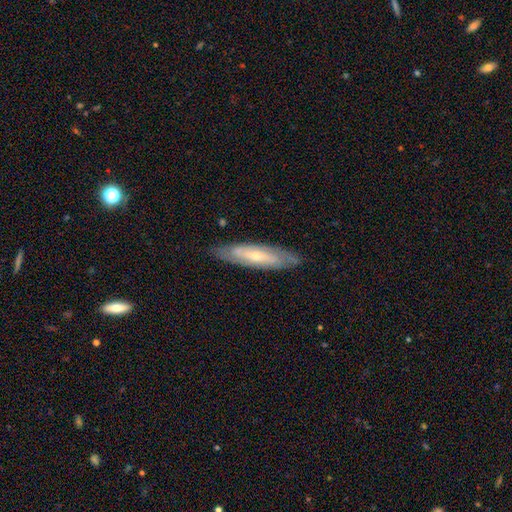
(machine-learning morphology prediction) A featured or disk galaxy (64%).

Vote fractions:
- Smooth or featured? featured or disk: 64% / smooth: 30% / star or artifact: 6%
- Edge-on disk? no: 60% / yes: 40%
- Merging? none: 83% / minor disturbance: 13% / major disturbance: 3% / merger: 1%